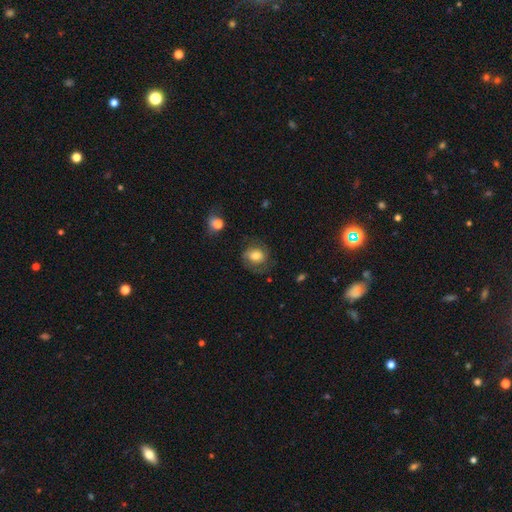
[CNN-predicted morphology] Smooth or featured? smooth (51%)
How rounded? round (60%)
Merging? none (64%)